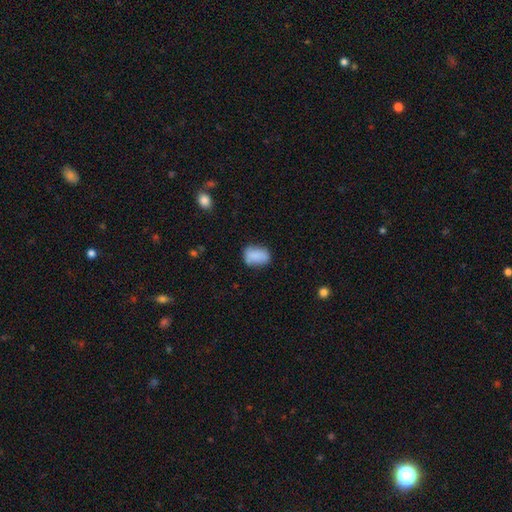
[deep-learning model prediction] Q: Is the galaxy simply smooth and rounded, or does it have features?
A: smooth — 81%.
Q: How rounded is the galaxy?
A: in between — 80%.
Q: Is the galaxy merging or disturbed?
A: none — 62%.